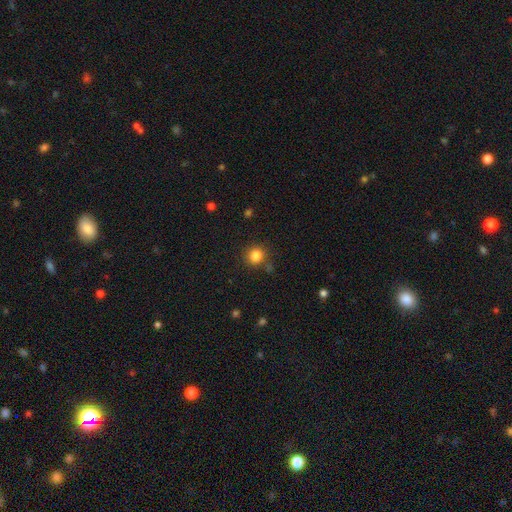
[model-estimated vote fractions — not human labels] Overall: smooth (83%). How rounded: round (89%). Merging: none (84%).